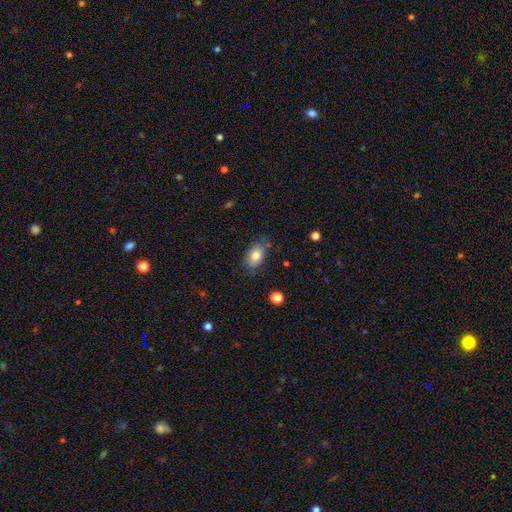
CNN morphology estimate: smooth-or-featured: smooth: 80% | featured or disk: 12% | star or artifact: 8%
  how-rounded: in between: 87% | round: 11% | cigar-shaped: 2%
  merging: none: 76% | minor disturbance: 18% | major disturbance: 4% | merger: 2%